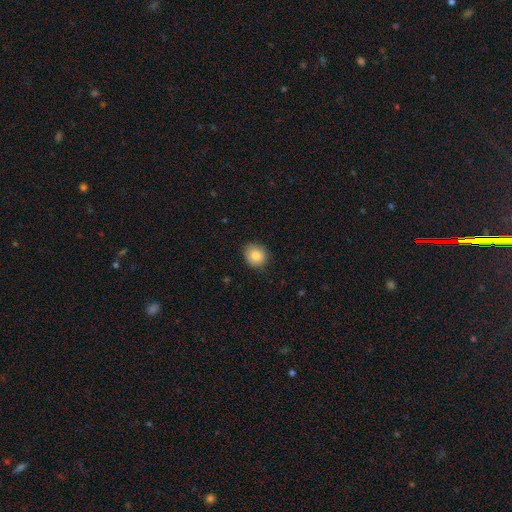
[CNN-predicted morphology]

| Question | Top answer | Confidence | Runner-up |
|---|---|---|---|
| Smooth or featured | smooth | 84% | star or artifact (9%) |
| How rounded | round | 82% | in between (17%) |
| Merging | none | 83% | minor disturbance (14%) |